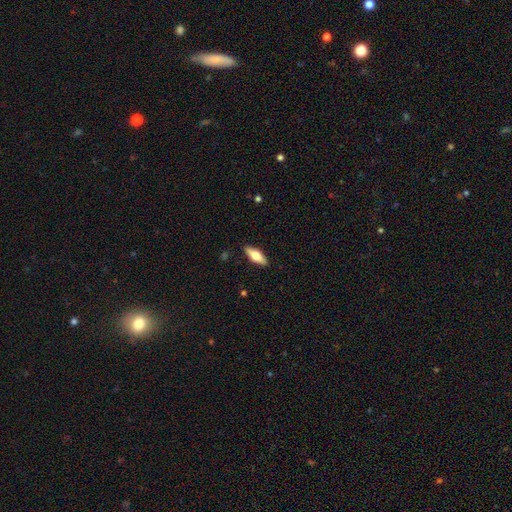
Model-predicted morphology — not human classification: The model was most divided on "smooth or featured": smooth: 54%, featured or disk: 41%, star or artifact: 6%. More confident: merging — none (90%); how rounded — in between (63%).